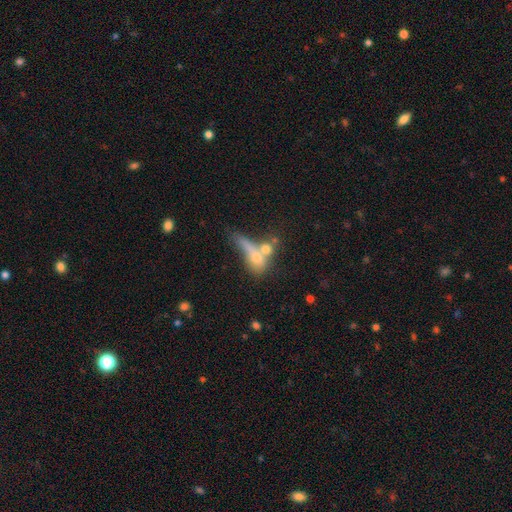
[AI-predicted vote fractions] A smooth galaxy with no disk features (60%) that is in between round and cigar-shaped (43%). Merging: merger (52%).